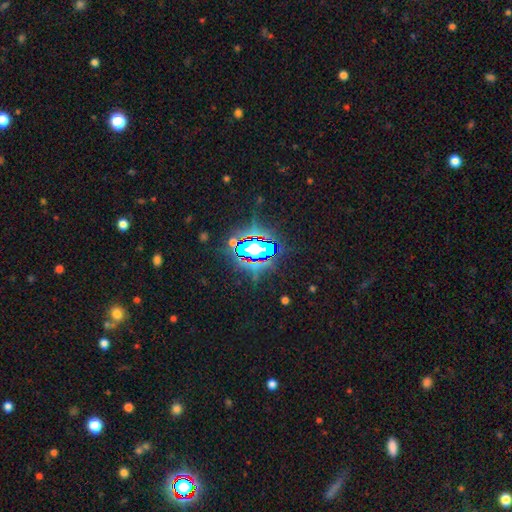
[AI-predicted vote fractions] This appears to be a star or artifact, not a galaxy (80%).